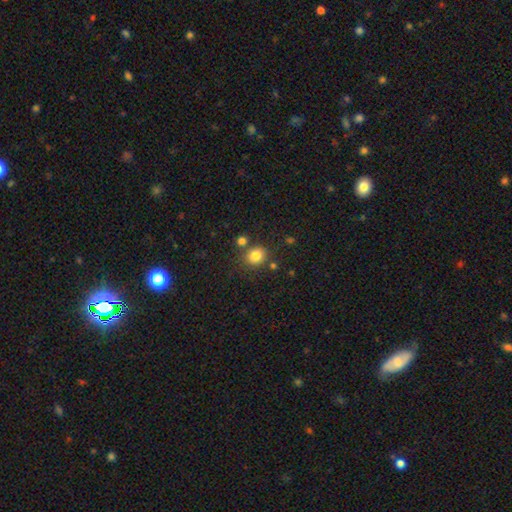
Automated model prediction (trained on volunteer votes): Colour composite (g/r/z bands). It shows a smooth galaxy with no disk features (82%) that is round (75%). Merging: none (73%).